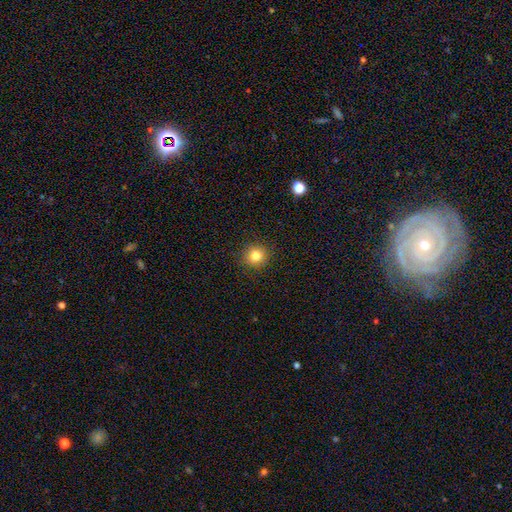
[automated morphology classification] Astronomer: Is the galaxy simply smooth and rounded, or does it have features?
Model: smooth — 81%.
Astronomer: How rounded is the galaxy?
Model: round — 92%.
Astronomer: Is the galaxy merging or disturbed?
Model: none — 91%.